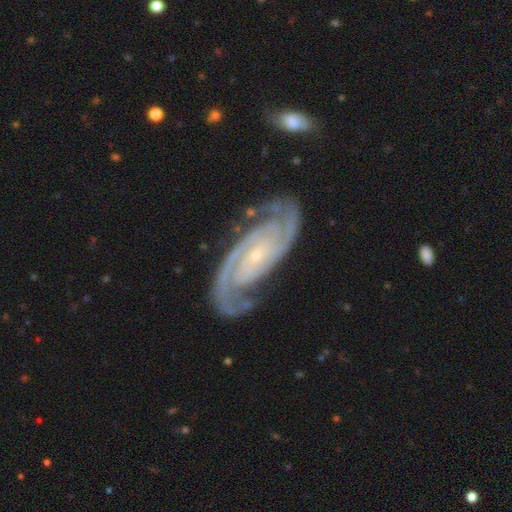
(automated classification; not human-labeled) This is clearly a featured or disk galaxy (93%). It is clearly not viewed edge-on (97%). Bar: possibly no (55%). Spiral arm pattern: clearly yes (99%). Spiral arm count: clearly 2 (82%). Spiral winding: likely tight (65%). Central bulge: clearly small (83%). Merging: likely none (78%).